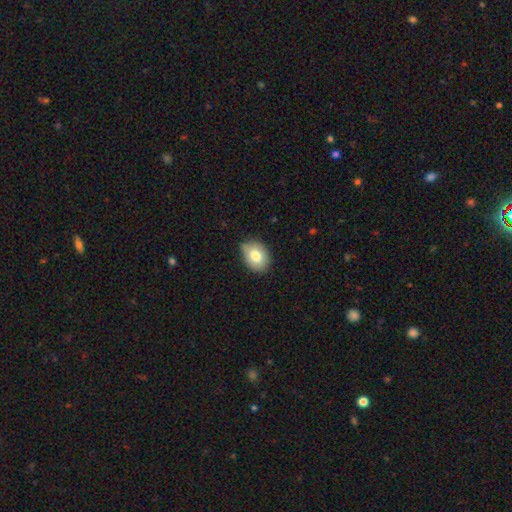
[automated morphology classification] A smooth galaxy with no disk features (78%) that is in between round and cigar-shaped (68%). Merging: none (73%).